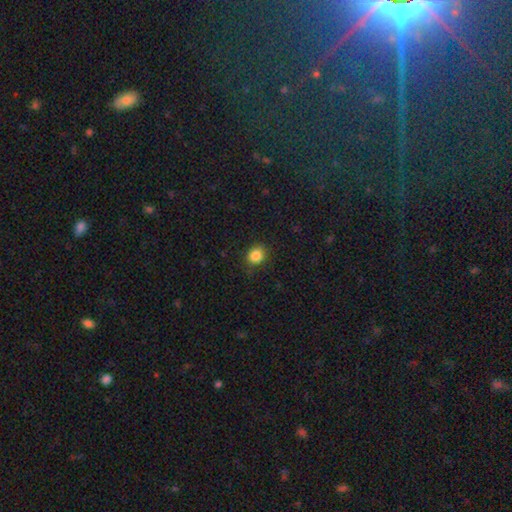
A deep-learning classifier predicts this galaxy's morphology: smooth 86%, star or artifact 10%, featured or disk 4%. Down the decision tree: how rounded — round (74%); merging — none (85%).